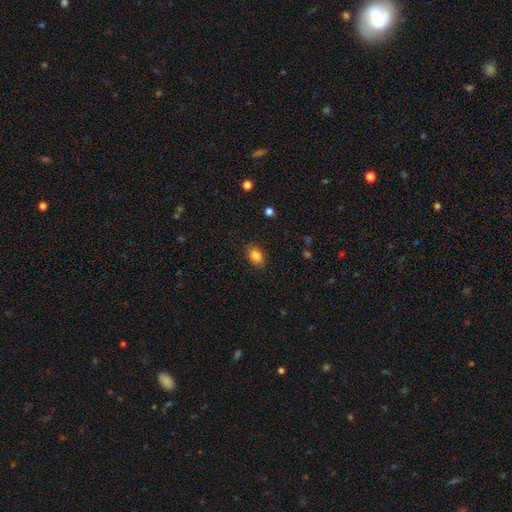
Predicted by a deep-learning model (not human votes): A smooth galaxy with no disk features (84%) that is in between round and cigar-shaped (76%).

Vote fractions:
- Smooth or featured? smooth: 84% / star or artifact: 9% / featured or disk: 7%
- How rounded? in between: 76% / round: 23% / cigar-shaped: 1%
- Merging? none: 87% / minor disturbance: 10% / major disturbance: 2% / merger: 1%